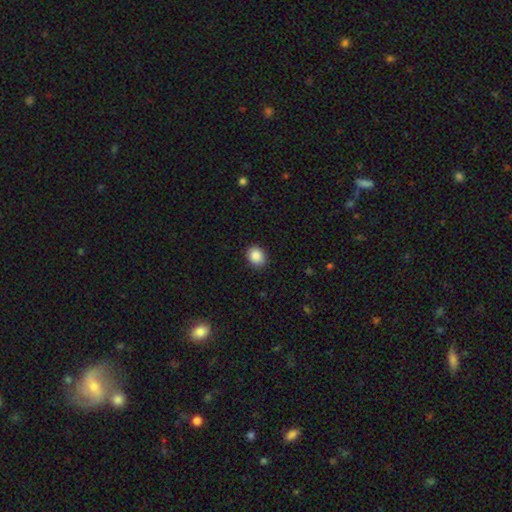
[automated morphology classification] smooth 88%, star or artifact 8%, featured or disk 3%. Down the decision tree: how rounded — round (53%); merging — none (87%).